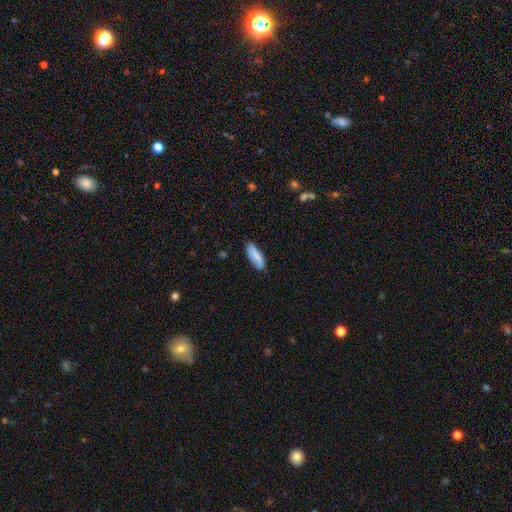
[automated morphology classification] Smooth or featured? smooth (77%)
How rounded? in between (65%)
Merging? none (82%)